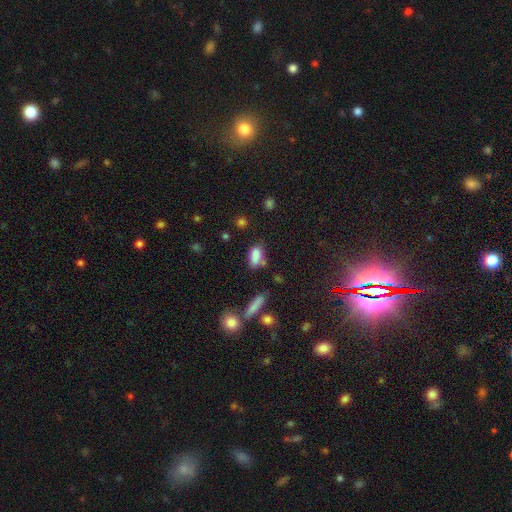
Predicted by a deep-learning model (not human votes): The model was most divided on "merging": none: 53%, minor disturbance: 23%, merger: 16%, major disturbance: 8%. More confident: how rounded — in between (84%); smooth or featured — smooth (82%).